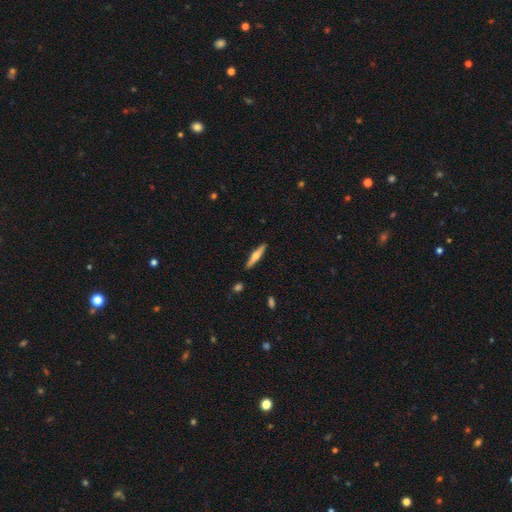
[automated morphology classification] The model was most divided on "smooth or featured": featured or disk: 59%, smooth: 36%, star or artifact: 6%. More confident: edge-on disk — yes (97%); merging — none (90%); edge-on bulge — rounded (88%).